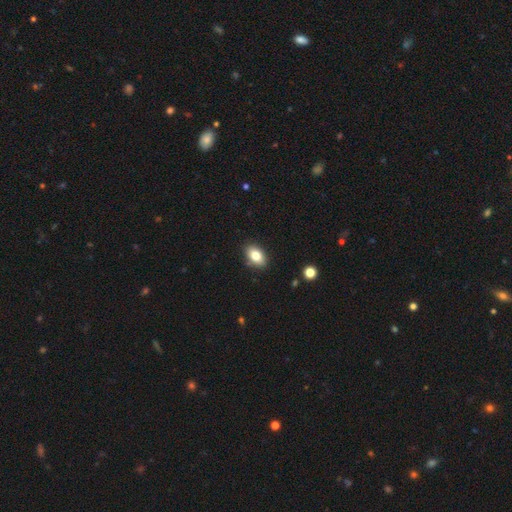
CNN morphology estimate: smooth_or_featured: smooth (p=0.80) [alt: featured or disk p=0.12]
how_rounded: in between (p=0.88) [alt: round p=0.10]
merging: none (p=0.87) [alt: minor disturbance p=0.10]